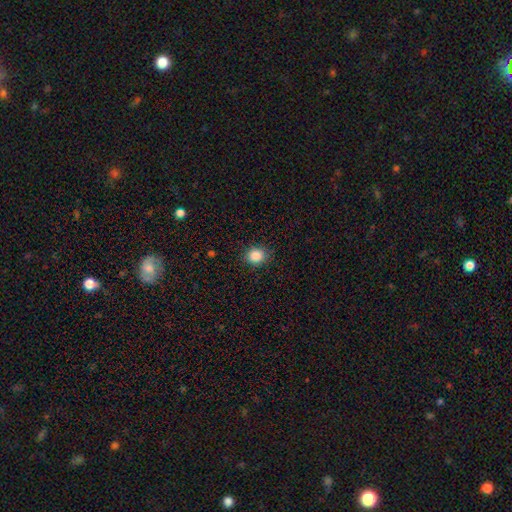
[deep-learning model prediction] Smooth or featured? smooth (86%)
How rounded? round (82%)
Merging? none (88%)